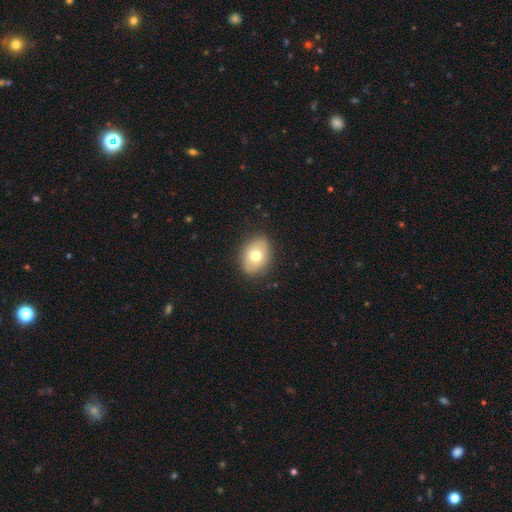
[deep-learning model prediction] smooth 71%, featured or disk 21%, star or artifact 8%. Down the decision tree: how rounded — in between (69%); merging — none (85%).